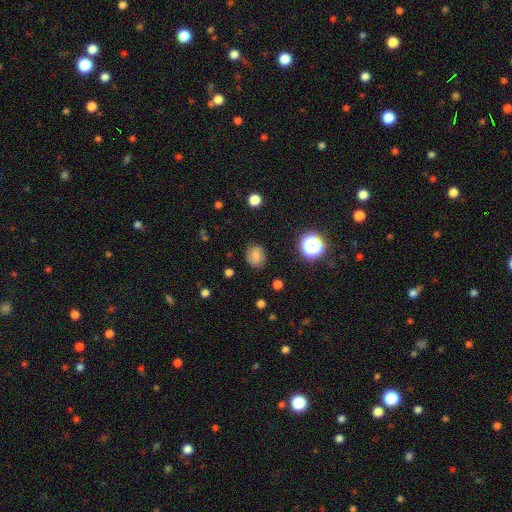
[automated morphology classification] type=smooth (71%); roundness=round (50%); merging=none (80%).